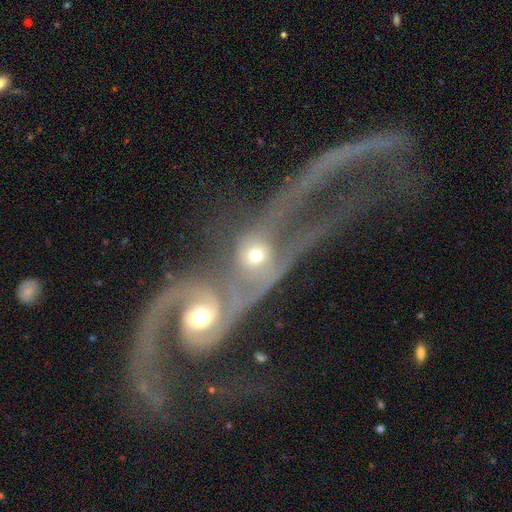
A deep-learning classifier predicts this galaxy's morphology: type=featured or disk (69%); edge-on=no (94%); bar=no (63%); spiral arms=yes (80%); winding=medium (36%); arm count=2 (51%); bulge=moderate (59%); merging=merger (78%).